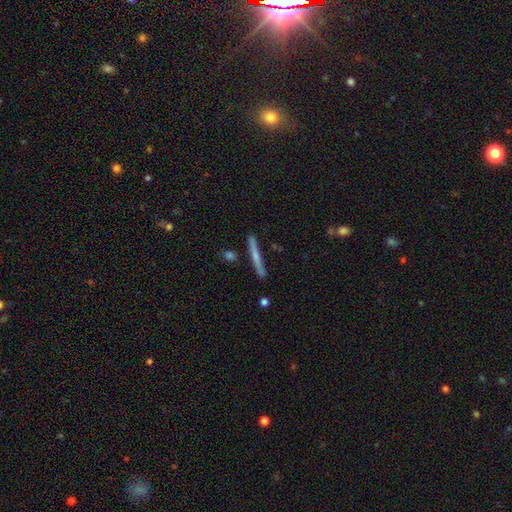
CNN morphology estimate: Smooth or featured? featured or disk (53%)
Edge-on disk? yes (97%)
Edge-on bulge? rounded (52%)
Merging? none (86%)